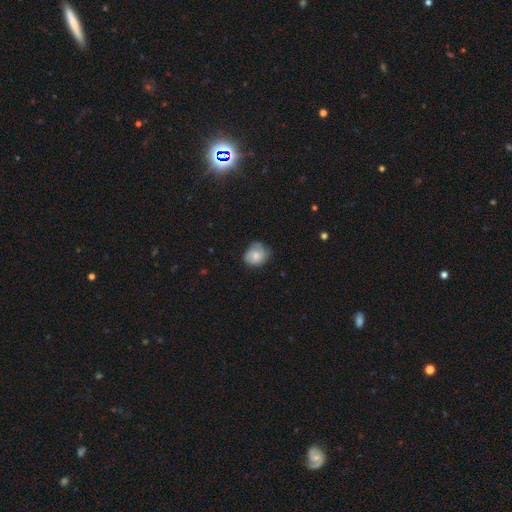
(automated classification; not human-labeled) Q: Smooth or featured?
A: smooth (63%); runner-up: featured or disk (29%)
Q: How rounded?
A: round (62%); runner-up: in between (37%)
Q: Merging?
A: none (59%); runner-up: minor disturbance (31%)